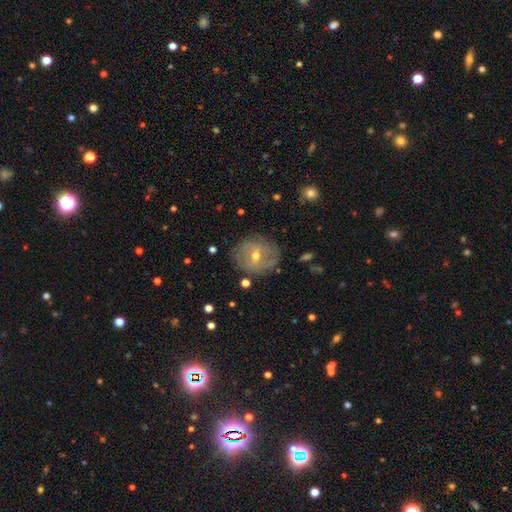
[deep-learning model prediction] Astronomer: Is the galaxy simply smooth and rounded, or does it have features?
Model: featured or disk — 62%.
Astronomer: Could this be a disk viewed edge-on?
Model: no — 94%.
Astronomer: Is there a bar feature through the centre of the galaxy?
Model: weak — 51% (runner-up: no, 27%).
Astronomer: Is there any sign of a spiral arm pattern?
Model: yes — 64%.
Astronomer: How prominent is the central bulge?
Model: moderate — 60% (runner-up: small, 36%).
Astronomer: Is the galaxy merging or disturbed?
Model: none — 77%.